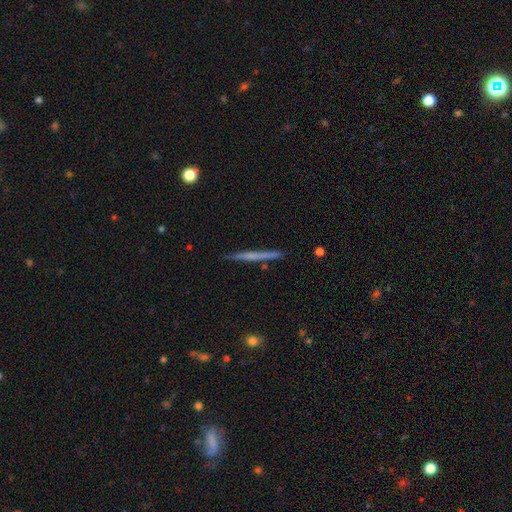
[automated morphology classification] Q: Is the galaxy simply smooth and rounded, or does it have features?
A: featured or disk — 53%.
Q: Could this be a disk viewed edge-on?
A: yes — 98%.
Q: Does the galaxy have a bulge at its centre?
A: none — 80%.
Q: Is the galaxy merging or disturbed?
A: none — 90%.